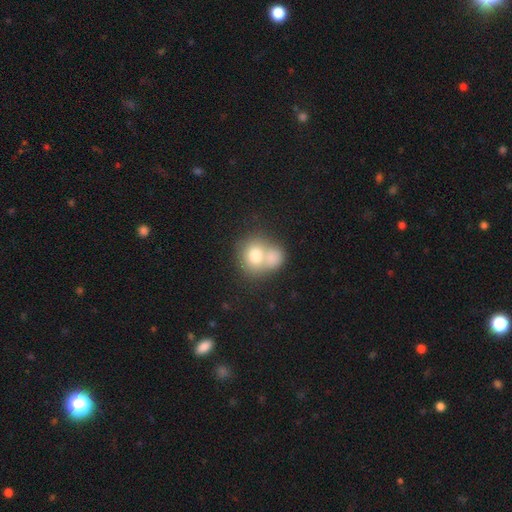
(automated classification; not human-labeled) Morphology: type=smooth (73%); roundness=round (72%); merging=merger (60%).